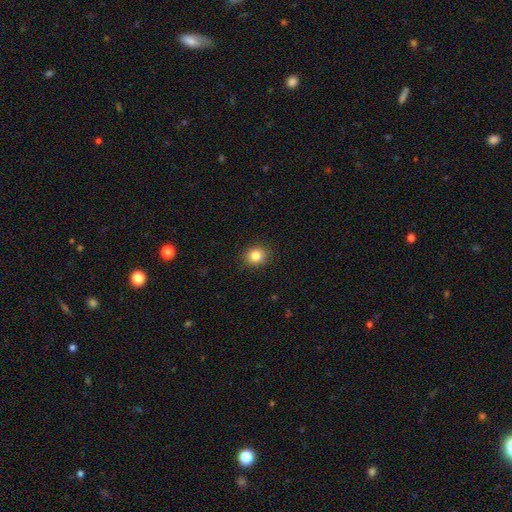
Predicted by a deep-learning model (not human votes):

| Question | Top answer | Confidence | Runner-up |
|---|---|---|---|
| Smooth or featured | smooth | 84% | star or artifact (10%) |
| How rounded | round | 73% | in between (26%) |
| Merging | none | 89% | minor disturbance (7%) |